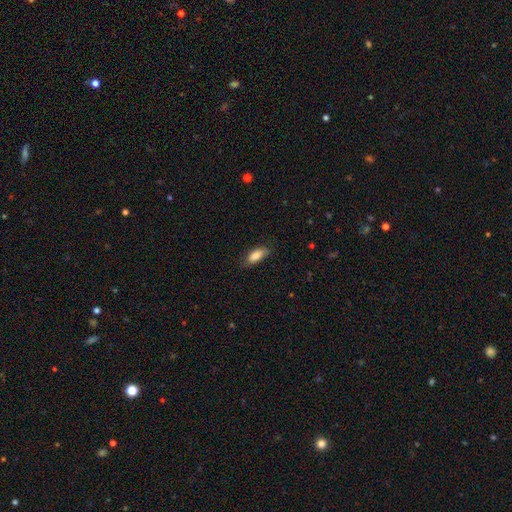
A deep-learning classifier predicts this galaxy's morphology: smooth-or-featured: smooth: 86% | featured or disk: 7% | star or artifact: 7%
  how-rounded: in between: 84% | cigar-shaped: 14% | round: 2%
  merging: none: 74% | minor disturbance: 20% | major disturbance: 4% | merger: 1%